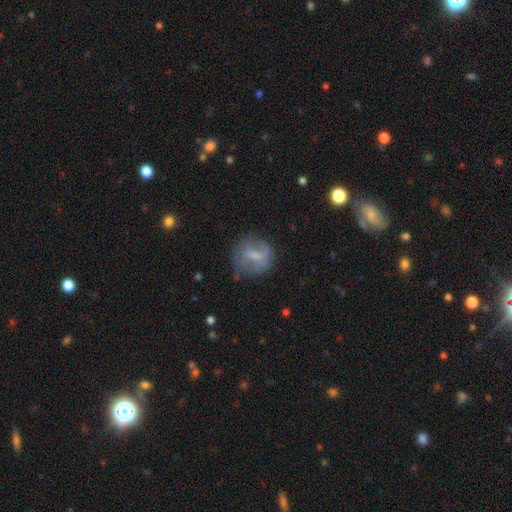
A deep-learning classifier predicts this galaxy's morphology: Q: Smooth or featured?
A: smooth (54%); runner-up: featured or disk (37%)
Q: How rounded?
A: round (76%); runner-up: in between (22%)
Q: Merging?
A: none (56%); runner-up: minor disturbance (28%)